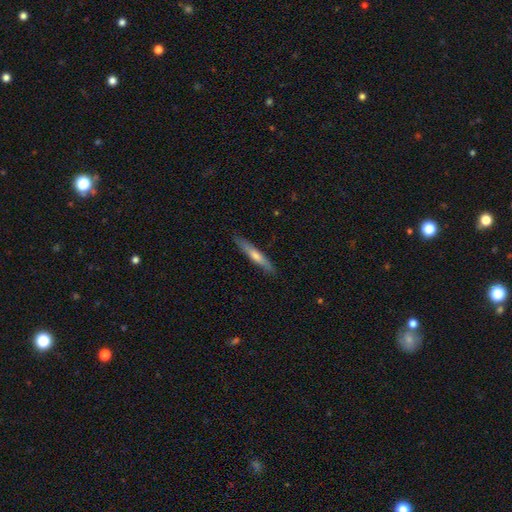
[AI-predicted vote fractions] A smooth galaxy with no disk features (53%) that is cigar-shaped (92%). Merging: none (88%).